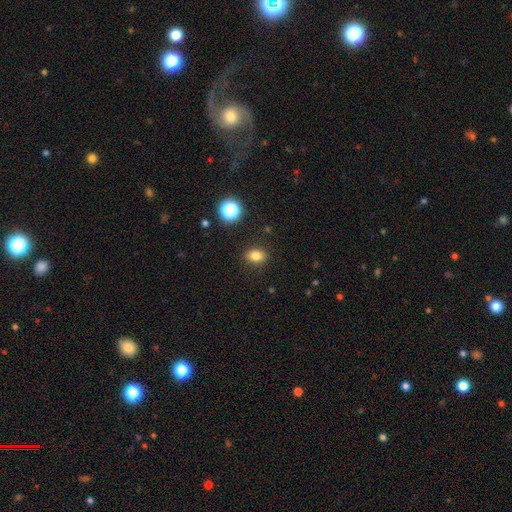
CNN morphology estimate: This is clearly a smooth galaxy (81%). How rounded: likely in between (67%). Merging: clearly none (88%).